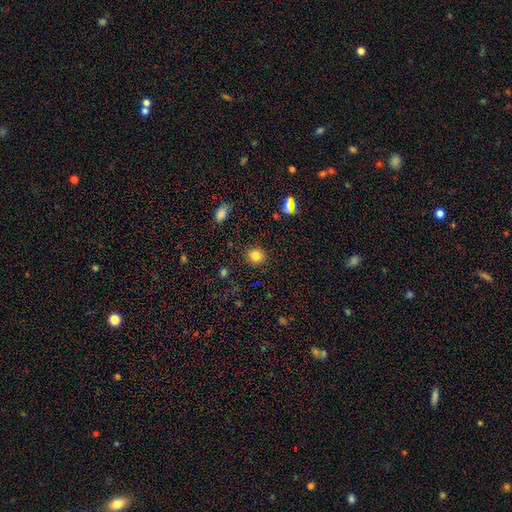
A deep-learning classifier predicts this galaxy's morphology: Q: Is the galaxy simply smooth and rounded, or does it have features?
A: smooth — 81%.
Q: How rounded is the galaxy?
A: round — 86%.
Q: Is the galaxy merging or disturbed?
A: none — 88%.